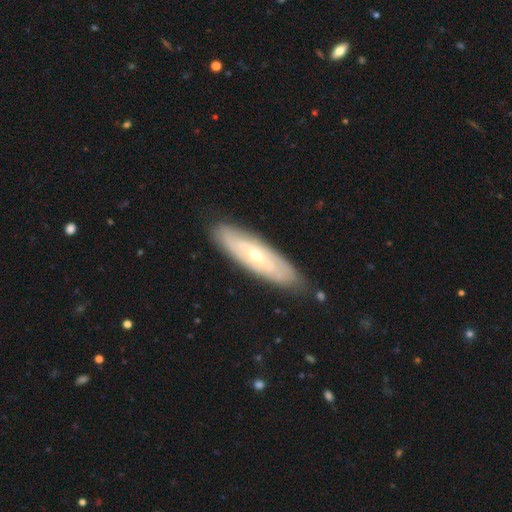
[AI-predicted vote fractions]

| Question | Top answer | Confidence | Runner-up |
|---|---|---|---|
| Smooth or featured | featured or disk | 70% | smooth (24%) |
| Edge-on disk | no | 74% | yes (26%) |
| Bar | no | 60% | weak (31%) |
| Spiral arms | yes | 74% | no (26%) |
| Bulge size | small | 58% | moderate (39%) |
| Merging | none | 83% | minor disturbance (13%) |